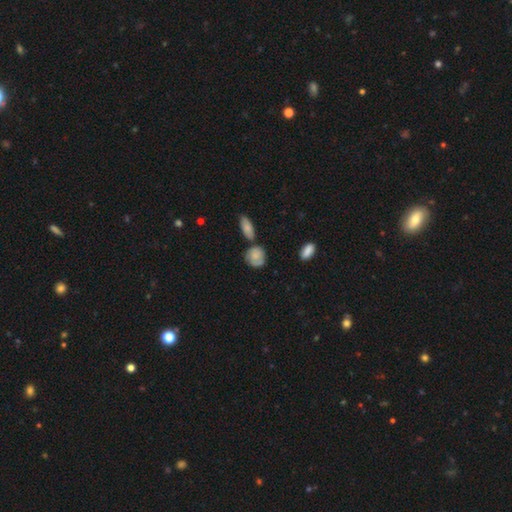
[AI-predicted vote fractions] This appears to be a smooth galaxy with no disk features (71%) that is round (68%). Merging: none (57%).